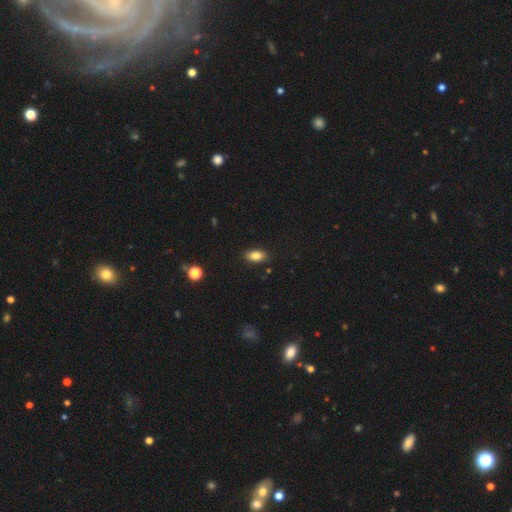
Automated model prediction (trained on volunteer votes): Smooth or featured: smooth — 83% (star or artifact — 9%)
How rounded: in between — 89% (round — 7%)
Merging: none — 87% (minor disturbance — 10%)